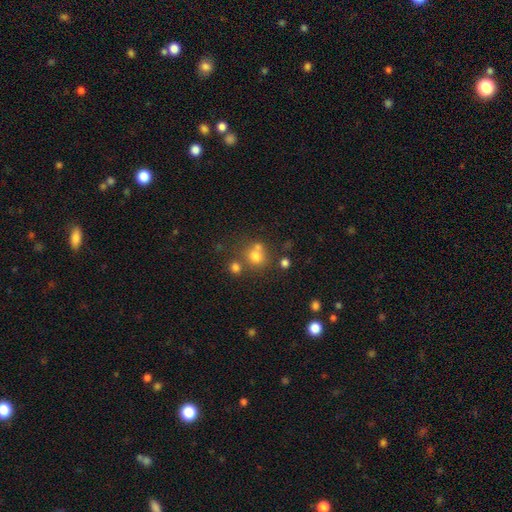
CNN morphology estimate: A smooth galaxy with no disk features (72%) that is round (83%).

Vote fractions:
- Smooth or featured? smooth: 72% / star or artifact: 16% / featured or disk: 12%
- How rounded? round: 83% / in between: 16% / cigar-shaped: 1%
- Merging? none: 55% / merger: 30% / minor disturbance: 10% / major disturbance: 5%